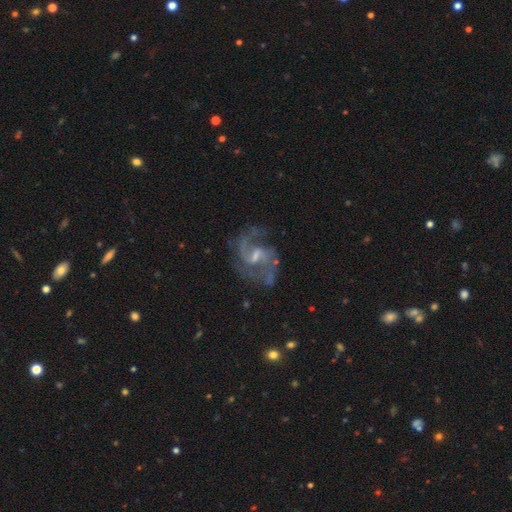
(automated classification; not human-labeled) This appears to be a featured or disk galaxy (89%) with a weak bar (61%), 2 (82%) medium (55%) spiral arms (96%) and a small central bulge (46%). Merging: none (67%).